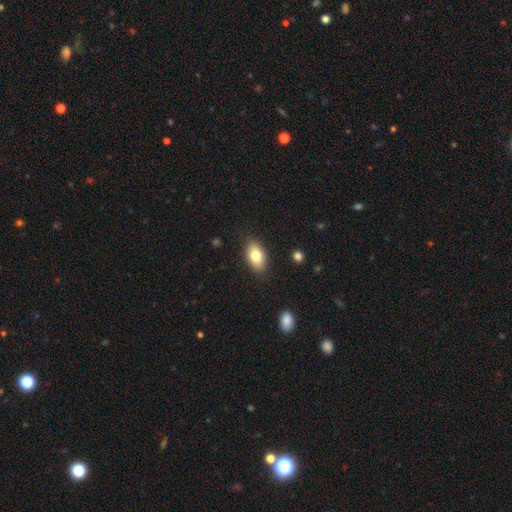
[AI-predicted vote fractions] Smooth or featured?
  - smooth: 81% *
  - featured or disk: 12%
  - star or artifact: 7%
How rounded?
  - in between: 91% *
  - round: 6%
  - cigar-shaped: 3%
Merging?
  - none: 86% *
  - minor disturbance: 10%
  - major disturbance: 2%
  - merger: 1%